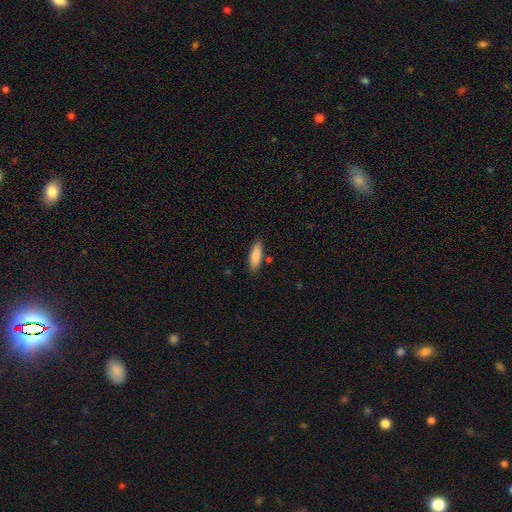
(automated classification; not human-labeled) Smooth or featured?
  - smooth: 85% *
  - featured or disk: 9%
  - star or artifact: 6%
How rounded?
  - cigar-shaped: 53% *
  - in between: 46%
  - round: 2%
Merging?
  - none: 83% *
  - minor disturbance: 11%
  - merger: 3%
  - major disturbance: 2%